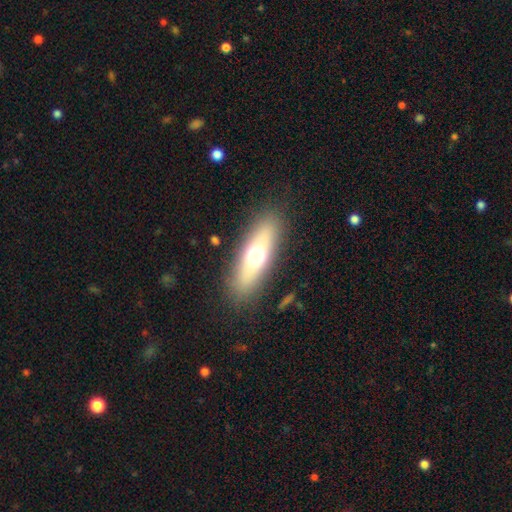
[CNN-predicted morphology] smooth 58%, featured or disk 32%, star or artifact 10%. Down the decision tree: how rounded — in between (55%); merging — none (86%).